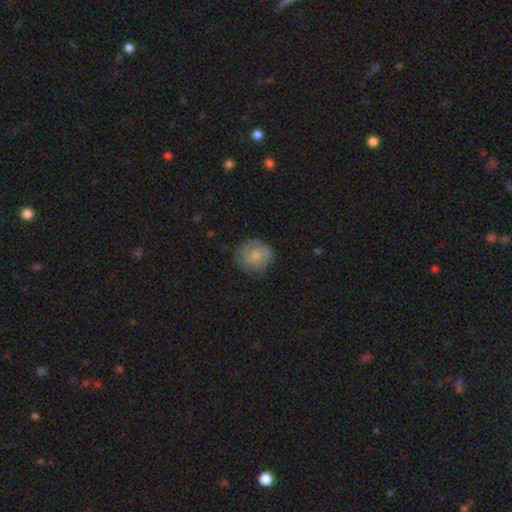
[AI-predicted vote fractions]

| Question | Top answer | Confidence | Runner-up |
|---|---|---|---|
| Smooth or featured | smooth | 57% | featured or disk (36%) |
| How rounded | round | 86% | in between (13%) |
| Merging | none | 79% | minor disturbance (15%) |